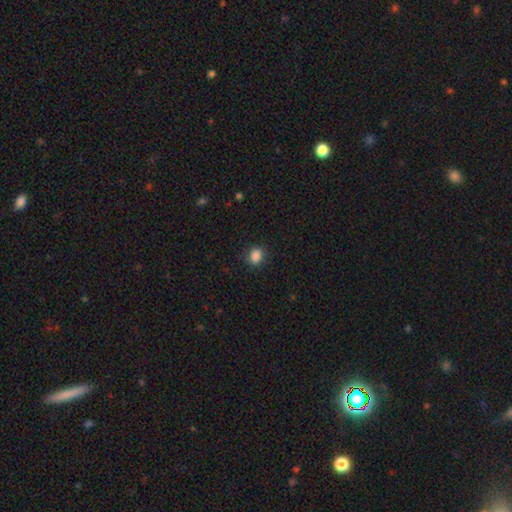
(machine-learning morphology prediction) This appears to be a smooth galaxy with no disk features (87%) that is round (49%, tied with in between). Merging: none (86%).